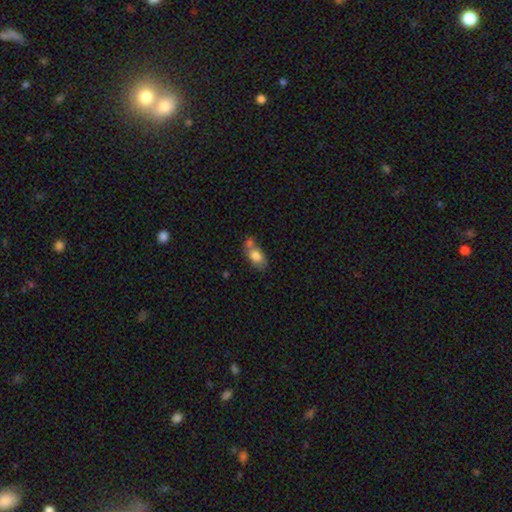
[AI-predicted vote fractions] smooth 76%, featured or disk 16%, star or artifact 8%. Down the decision tree: how rounded — in between (84%); merging — none (38%, tied with merger).